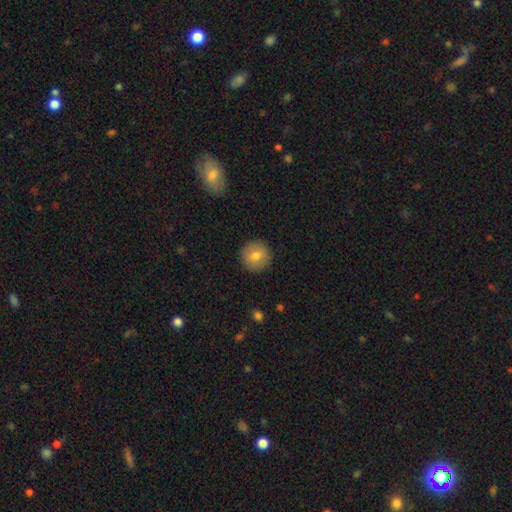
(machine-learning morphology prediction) A smooth galaxy with no disk features (78%) that is round (94%).

Vote fractions:
- Smooth or featured? smooth: 78% / featured or disk: 14% / star or artifact: 8%
- How rounded? round: 94% / in between: 5% / cigar-shaped: 1%
- Merging? none: 91% / minor disturbance: 6% / major disturbance: 2% / merger: 1%